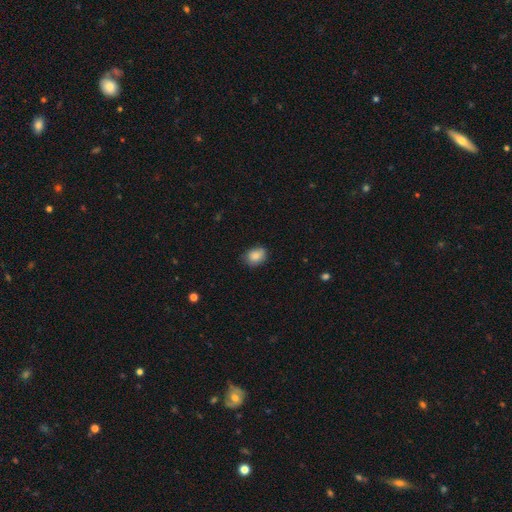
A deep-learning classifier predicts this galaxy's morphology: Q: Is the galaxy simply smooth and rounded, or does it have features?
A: smooth — 86%.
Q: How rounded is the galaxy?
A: in between — 62%.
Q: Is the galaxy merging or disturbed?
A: none — 77%.